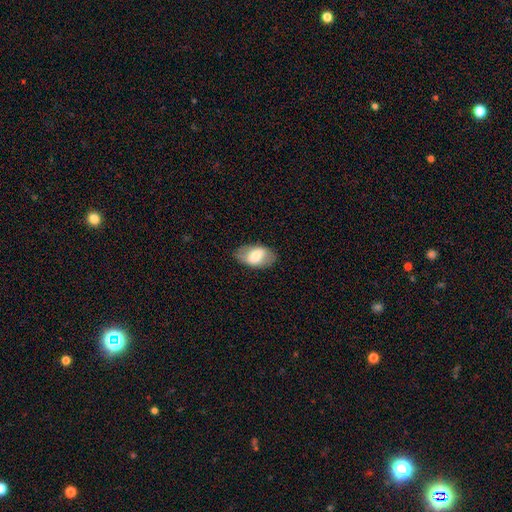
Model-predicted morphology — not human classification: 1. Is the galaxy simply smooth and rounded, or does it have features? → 64% smooth, 29% featured or disk, 7% star or artifact.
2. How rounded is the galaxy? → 93% in between, 5% round, 2% cigar-shaped.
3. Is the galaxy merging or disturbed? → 81% none, 14% minor disturbance, 4% major disturbance, 1% merger.